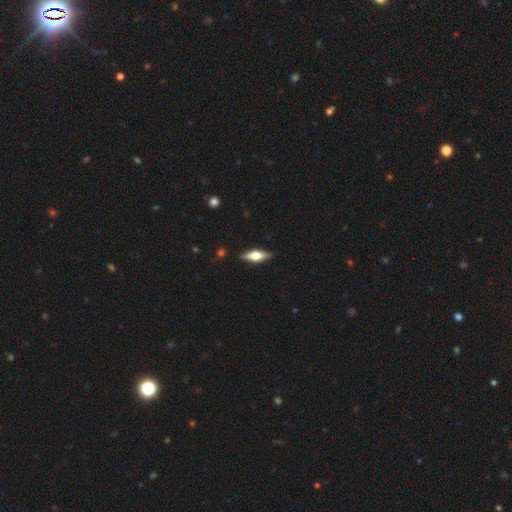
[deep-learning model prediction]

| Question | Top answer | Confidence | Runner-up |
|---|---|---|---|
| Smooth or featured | featured or disk | 54% | smooth (39%) |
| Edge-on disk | yes | 93% | no (7%) |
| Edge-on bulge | rounded | 92% | boxy (6%) |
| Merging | none | 87% | minor disturbance (10%) |